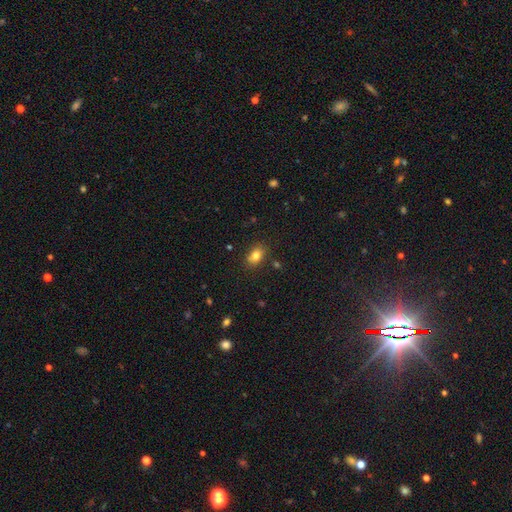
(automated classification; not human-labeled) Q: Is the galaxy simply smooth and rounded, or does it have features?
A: smooth — 80%.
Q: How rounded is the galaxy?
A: in between — 76%.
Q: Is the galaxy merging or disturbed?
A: none — 79%.